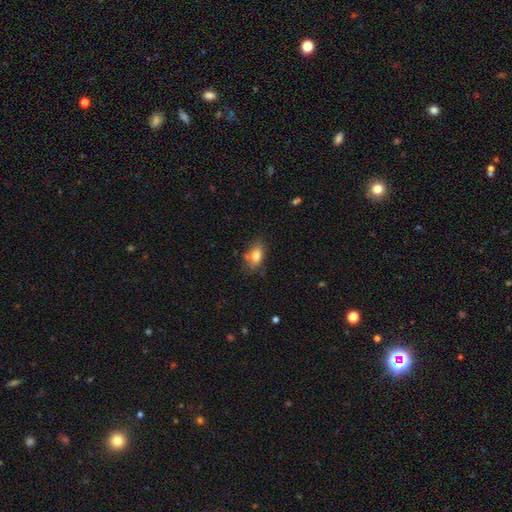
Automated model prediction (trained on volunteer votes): A smooth galaxy with no disk features (78%) that is in between round and cigar-shaped (87%).

Vote fractions:
- Smooth or featured? smooth: 78% / featured or disk: 13% / star or artifact: 8%
- How rounded? in between: 87% / round: 9% / cigar-shaped: 4%
- Merging? none: 70% / minor disturbance: 20% / merger: 5% / major disturbance: 5%